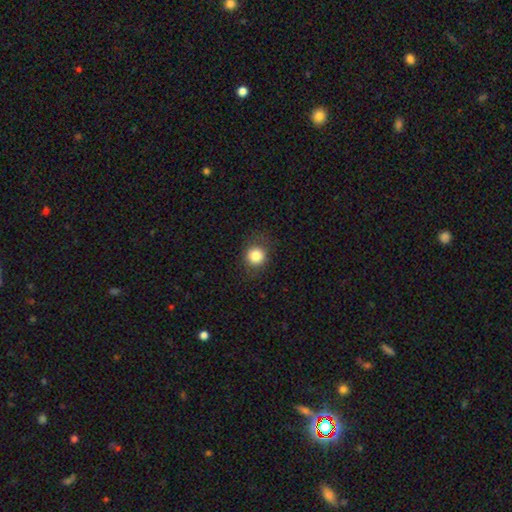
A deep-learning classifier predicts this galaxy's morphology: This appears to be a smooth galaxy with no disk features (83%) that is round (88%). Merging: none (85%).